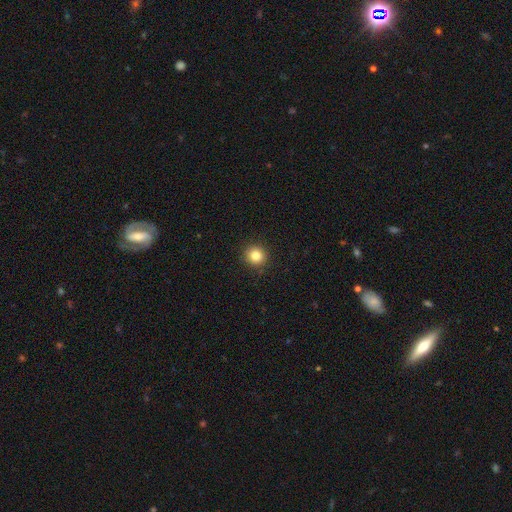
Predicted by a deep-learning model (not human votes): smooth-or-featured: smooth: 83% | star or artifact: 12% | featured or disk: 6%
  how-rounded: round: 93% | in between: 7% | cigar-shaped: 1%
  merging: none: 91% | minor disturbance: 6% | major disturbance: 2% | merger: 1%